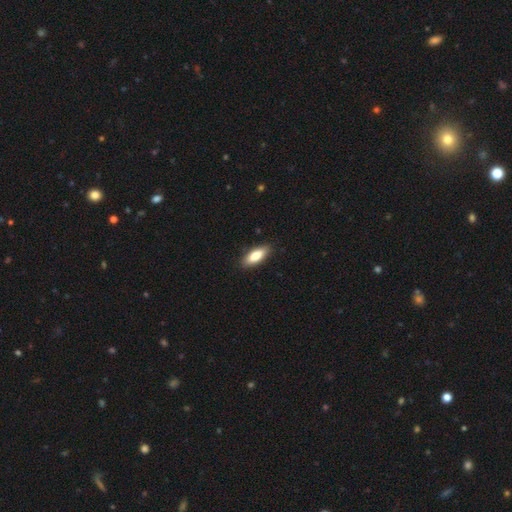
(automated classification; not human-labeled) A smooth galaxy with no disk features (79%) that is in between round and cigar-shaped (74%).

Vote fractions:
- Smooth or featured? smooth: 79% / featured or disk: 15% / star or artifact: 6%
- How rounded? in between: 74% / cigar-shaped: 24% / round: 2%
- Merging? none: 89% / minor disturbance: 9% / major disturbance: 2% / merger: 1%